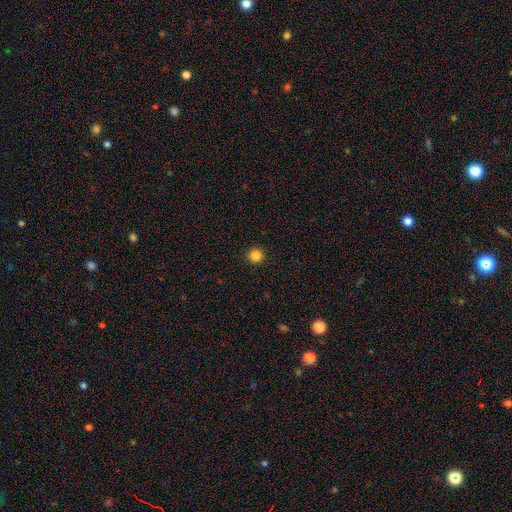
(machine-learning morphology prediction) smooth-or-featured: smooth: 85% | star or artifact: 12% | featured or disk: 3%
  how-rounded: round: 96% | in between: 3% | cigar-shaped: 1%
  merging: none: 94% | minor disturbance: 4% | major disturbance: 1% | merger: 1%